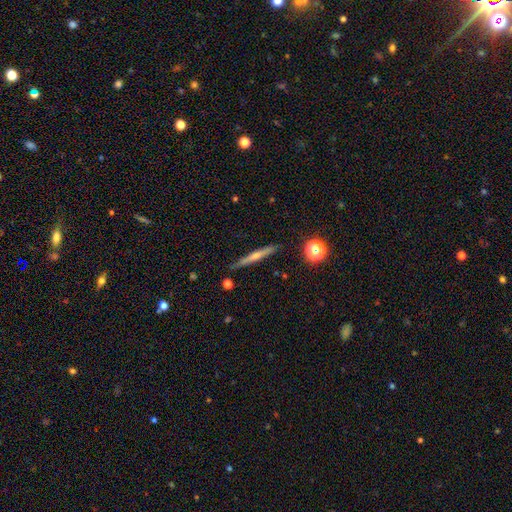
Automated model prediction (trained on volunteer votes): Smooth or featured? featured or disk (69%)
Edge-on disk? yes (98%)
Edge-on bulge? rounded (73%)
Merging? none (90%)